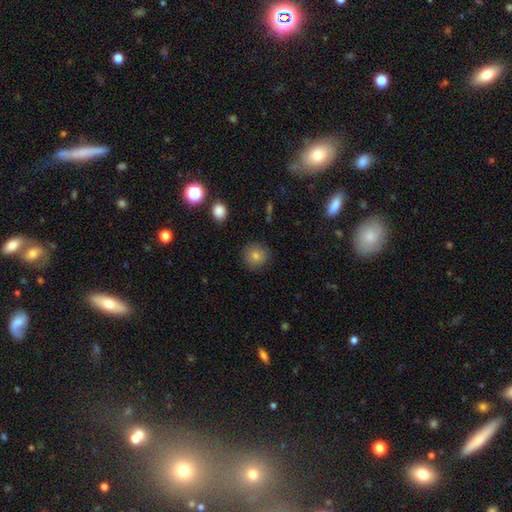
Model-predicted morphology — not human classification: smooth-or-featured: smooth: 76% | star or artifact: 13% | featured or disk: 11%
  how-rounded: round: 91% | in between: 8% | cigar-shaped: 1%
  merging: none: 88% | minor disturbance: 8% | major disturbance: 3% | merger: 1%